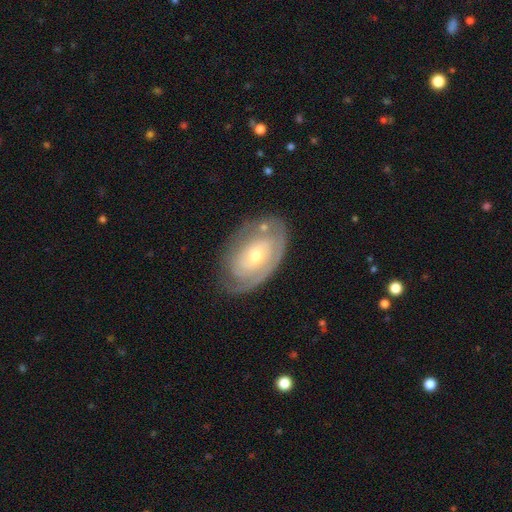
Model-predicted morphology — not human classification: A featured or disk galaxy (78%) with no bar (73%), tight (71%) spiral arms (85%) and a moderate central bulge (48%).

Vote fractions:
- Smooth or featured? featured or disk: 78% / smooth: 17% / star or artifact: 5%
- Edge-on disk? no: 95% / yes: 5%
- Bar? no: 73% / weak: 22% / strong: 5%
- Spiral arms? yes: 85% / no: 15%
- Spiral winding? tight: 71% / medium: 22% / loose: 7%
- Spiral arm count? can't tell: 36% / 2: 32% / 1: 19% / 3: 8% / 4: 3% / more than 4: 2%
- Bulge size? moderate: 48% / small: 47% / large: 3% / none: 1% / dominant: 1%
- Merging? none: 69% / minor disturbance: 19% / major disturbance: 8% / merger: 3%